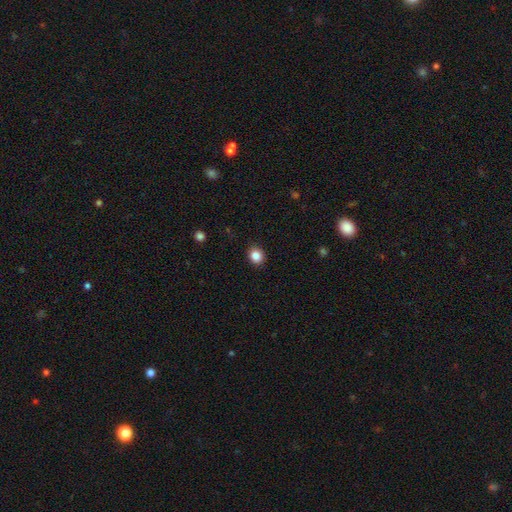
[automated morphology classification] type=smooth (85%); roundness=round (72%); merging=none (90%).